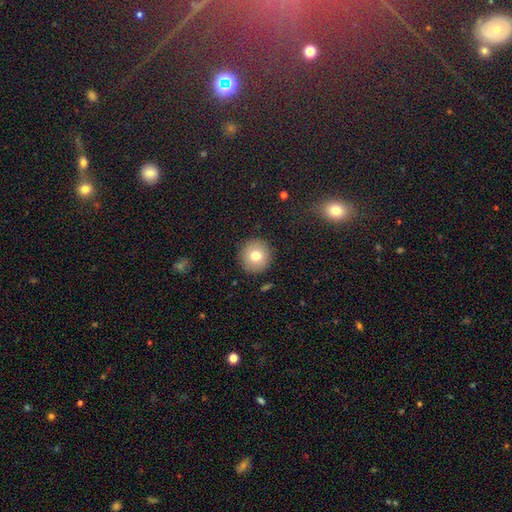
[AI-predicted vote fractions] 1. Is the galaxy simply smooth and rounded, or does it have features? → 77% smooth, 13% featured or disk, 10% star or artifact.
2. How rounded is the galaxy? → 95% round, 4% in between, 1% cigar-shaped.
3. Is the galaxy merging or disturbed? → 91% none, 6% minor disturbance, 2% major disturbance, 1% merger.